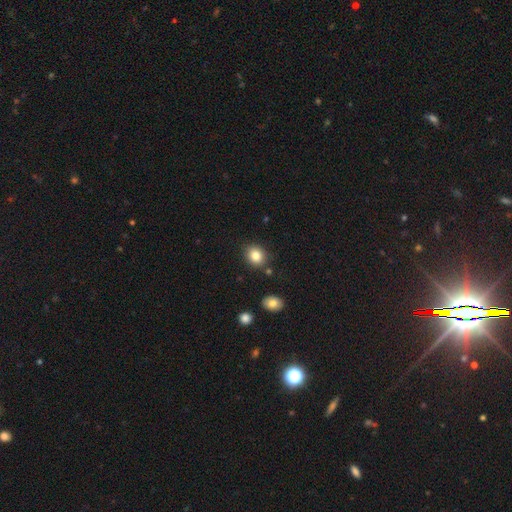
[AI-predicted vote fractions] The model was most divided on "how rounded": round: 62%, in between: 37%, cigar-shaped: 1%. More confident: merging — none (84%); smooth or featured — smooth (83%).